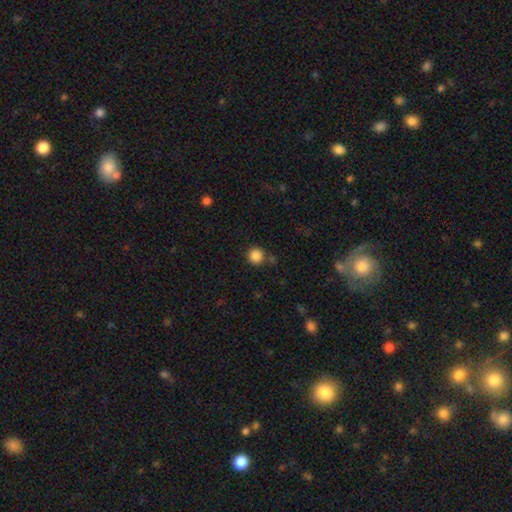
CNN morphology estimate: A smooth galaxy with no disk features (86%) that is round (95%). Merging: none (82%).